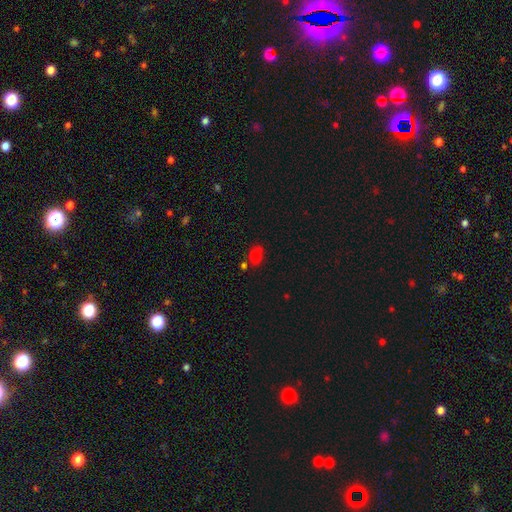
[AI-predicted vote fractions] smooth 69%, star or artifact 24%, featured or disk 7%. Down the decision tree: how rounded — in between (70%); merging — none (62%).